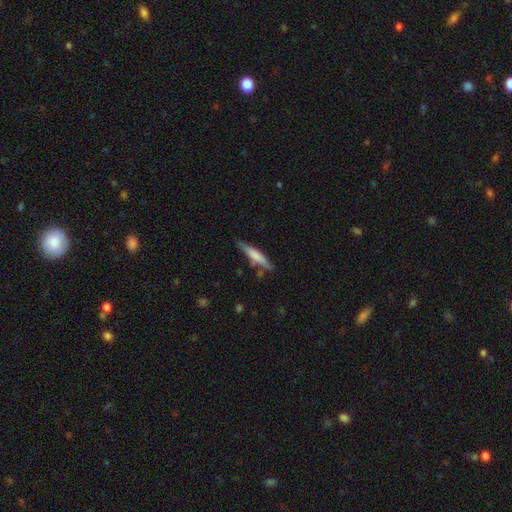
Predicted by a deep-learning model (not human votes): This is likely a smooth galaxy (63%). How rounded: clearly cigar-shaped (87%). Merging: likely none (75%).